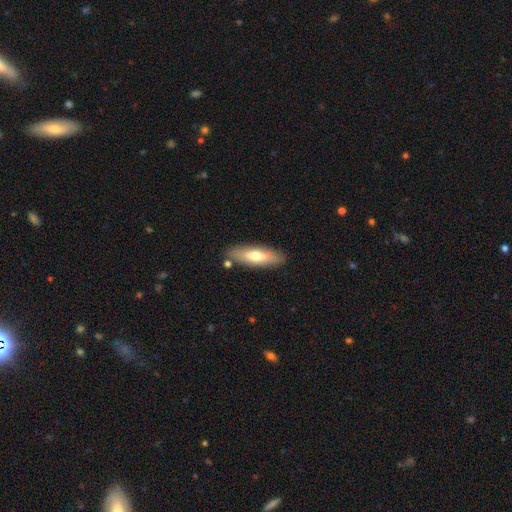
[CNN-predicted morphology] Smooth or featured? Predicted: smooth (p=0.61). How rounded? Predicted: cigar-shaped (p=0.57). Merging? Predicted: none (p=0.82).